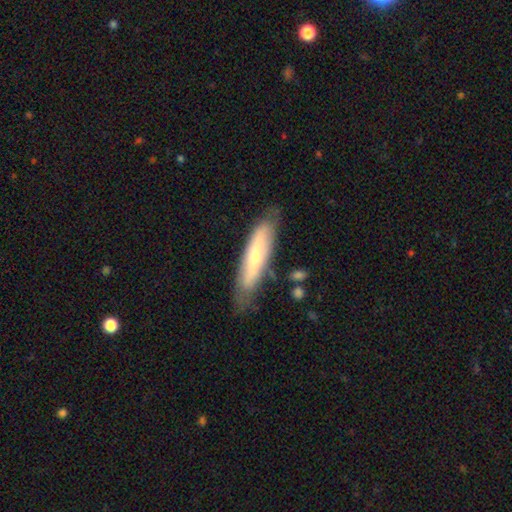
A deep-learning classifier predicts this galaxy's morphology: Smooth or featured? Predicted: smooth (p=0.53). How rounded? Predicted: cigar-shaped (p=0.71). Merging? Predicted: none (p=0.71).